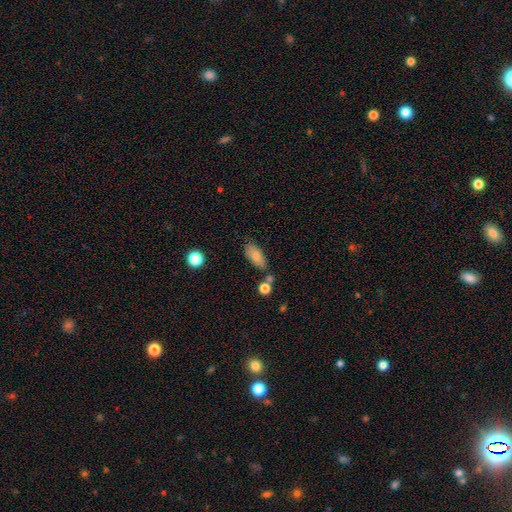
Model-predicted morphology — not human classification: Overall: smooth (75%). How rounded: in between (83%). Merging: none (71%).